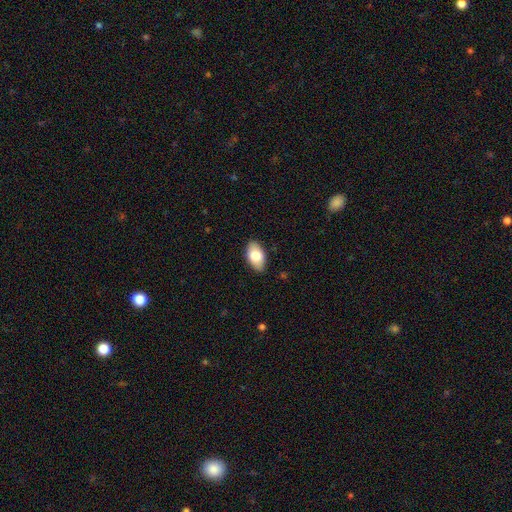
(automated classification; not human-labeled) A smooth galaxy with no disk features (79%) that is in between round and cigar-shaped (93%). Merging: none (87%).